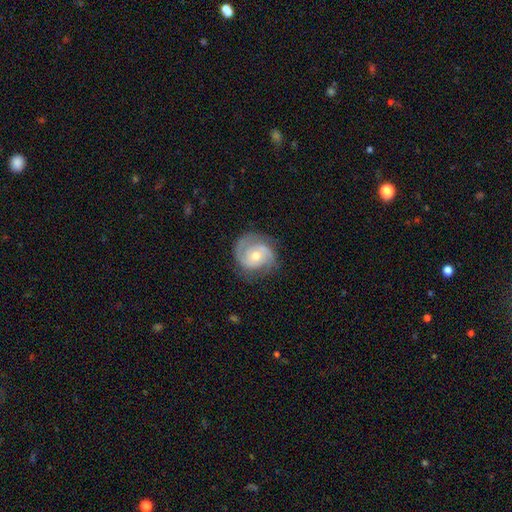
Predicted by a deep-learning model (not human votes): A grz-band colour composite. It shows a featured or disk galaxy (82%) with no bar (65%), 2 (71%) tight (53%) spiral arms (95%) and a moderate central bulge (61%). Merging: none (75%).